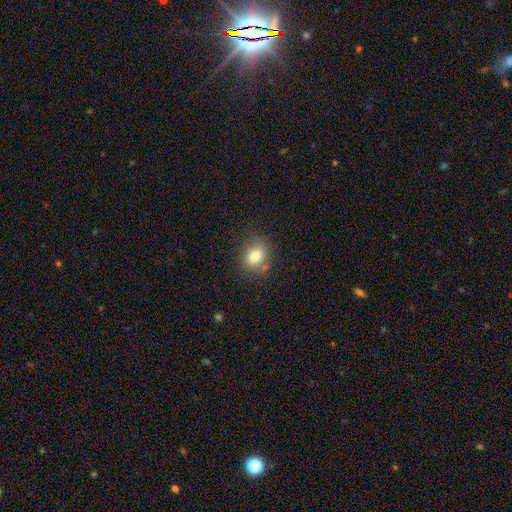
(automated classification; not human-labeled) Smooth or featured? smooth (79%)
How rounded? in between (52%)
Merging? none (75%)